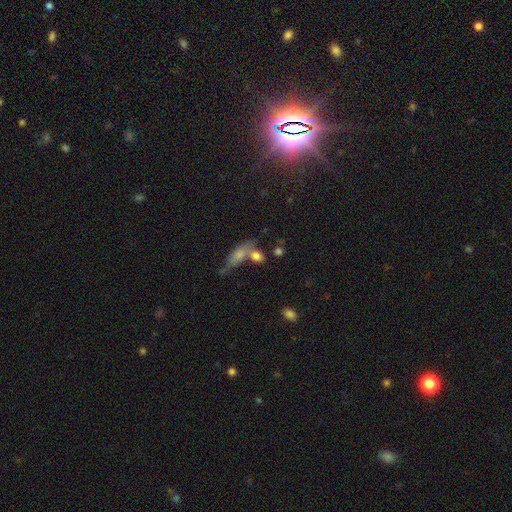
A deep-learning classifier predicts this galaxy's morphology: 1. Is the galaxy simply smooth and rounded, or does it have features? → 77% smooth, 12% featured or disk, 11% star or artifact.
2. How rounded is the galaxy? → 61% in between, 28% round, 11% cigar-shaped.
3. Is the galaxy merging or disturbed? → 43% none, 38% merger, 13% minor disturbance, 7% major disturbance.